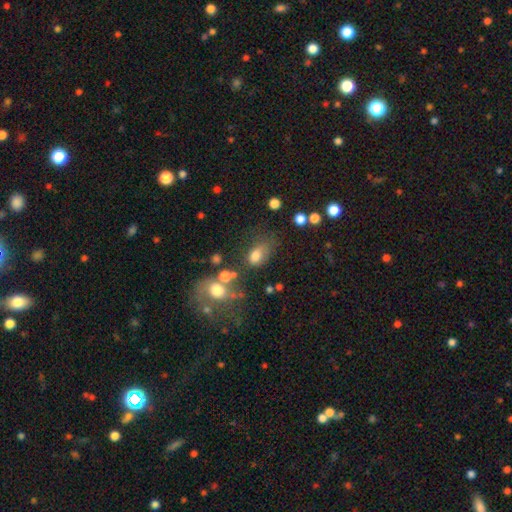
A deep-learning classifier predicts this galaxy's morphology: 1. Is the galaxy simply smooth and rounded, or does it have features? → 75% smooth, 14% star or artifact, 11% featured or disk.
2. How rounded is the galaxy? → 79% in between, 19% round, 2% cigar-shaped.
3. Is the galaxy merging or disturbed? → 44% none, 25% minor disturbance, 17% major disturbance, 15% merger.